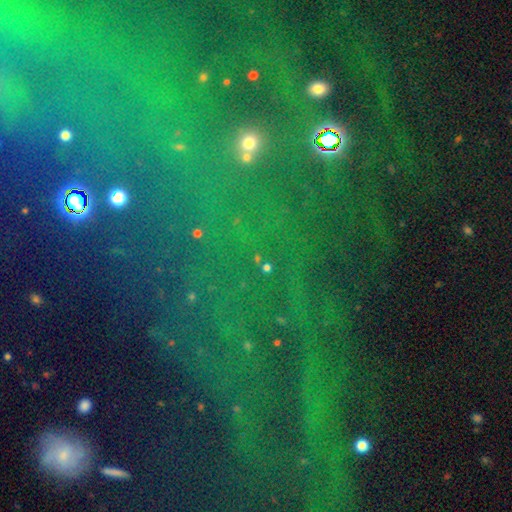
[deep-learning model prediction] smooth-or-featured: star or artifact: 76% | smooth: 13% | featured or disk: 11%